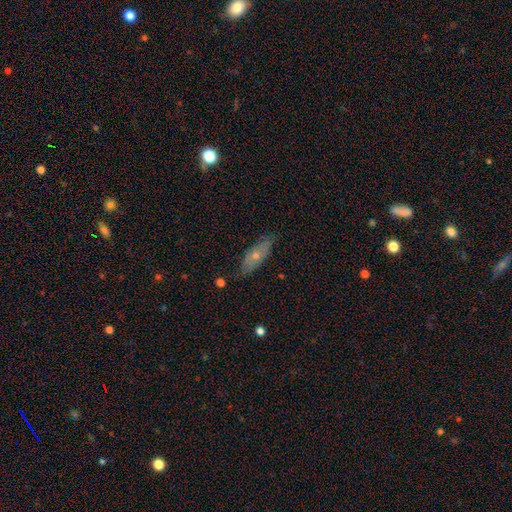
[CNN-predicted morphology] A smooth galaxy with no disk features (48%).

Vote fractions:
- Smooth or featured? smooth: 48% / featured or disk: 45% / star or artifact: 7%
- Merging? none: 78% / minor disturbance: 17% / major disturbance: 3% / merger: 1%